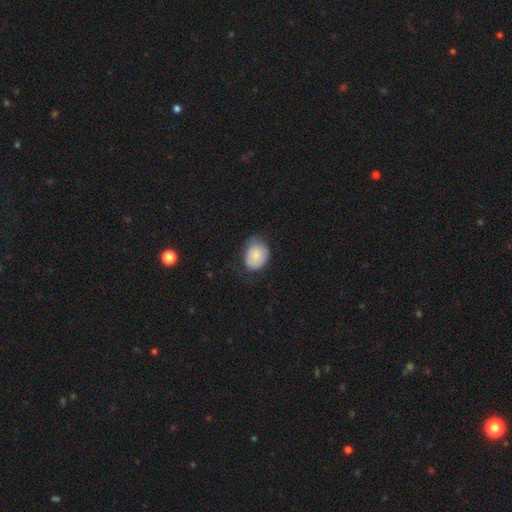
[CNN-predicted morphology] Overall: smooth (80%). How rounded: in between (58%; round 41%). Merging: none (53%; minor disturbance 36%).